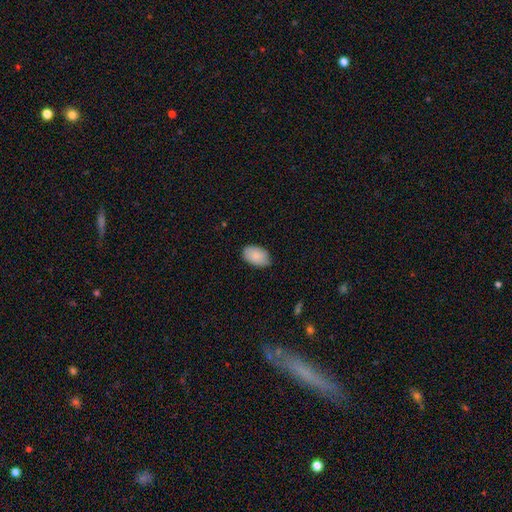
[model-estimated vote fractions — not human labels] Smooth or featured? Predicted: smooth (p=0.87). How rounded? Predicted: in between (p=0.91). Merging? Predicted: none (p=0.82).